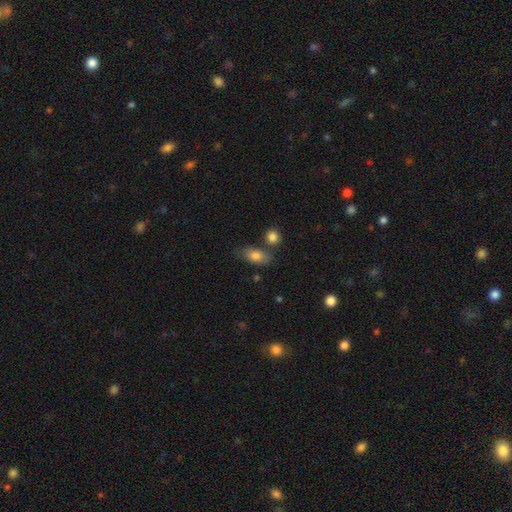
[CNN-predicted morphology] Q: Smooth or featured?
A: smooth (79%); runner-up: featured or disk (13%)
Q: How rounded?
A: in between (85%); runner-up: round (8%)
Q: Merging?
A: none (62%); runner-up: minor disturbance (18%)